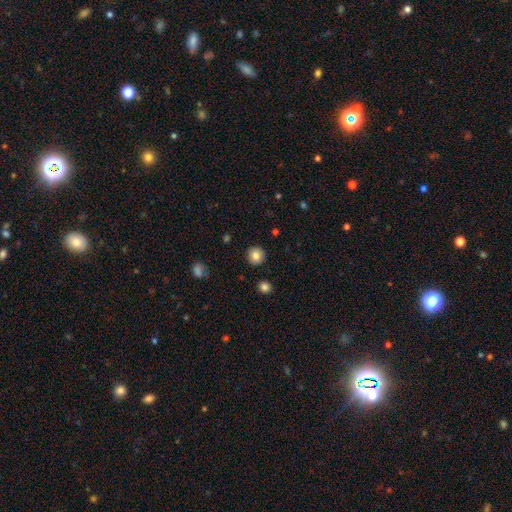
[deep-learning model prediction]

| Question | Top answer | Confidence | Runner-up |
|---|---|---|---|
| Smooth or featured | smooth | 83% | star or artifact (9%) |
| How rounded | round | 94% | in between (5%) |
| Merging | none | 91% | minor disturbance (5%) |